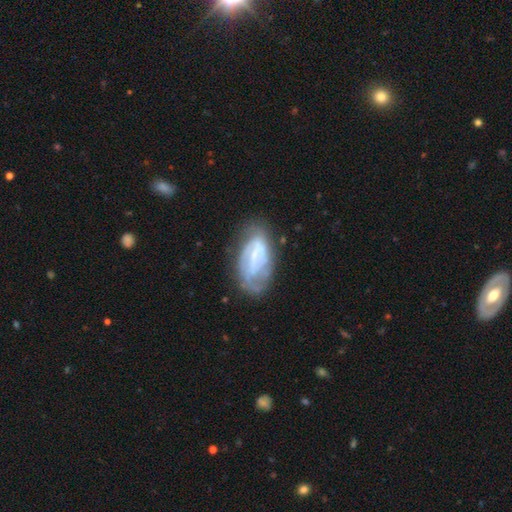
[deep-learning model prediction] Smooth or featured: featured or disk — 69% (smooth — 23%)
Edge-on disk: no — 95% (yes — 5%)
Bar: weak — 44% (no — 28%)
Spiral arms: yes — 73% (no — 27%)
Bulge size: small — 53% (none — 27%)
Merging: none — 58% (minor disturbance — 25%)